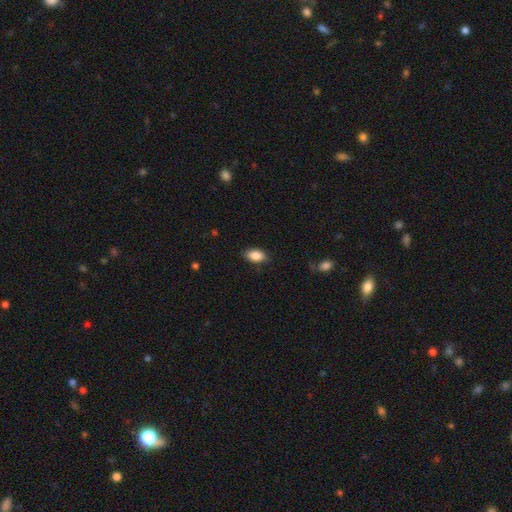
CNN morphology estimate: type=smooth (87%); roundness=in between (92%); merging=none (84%).